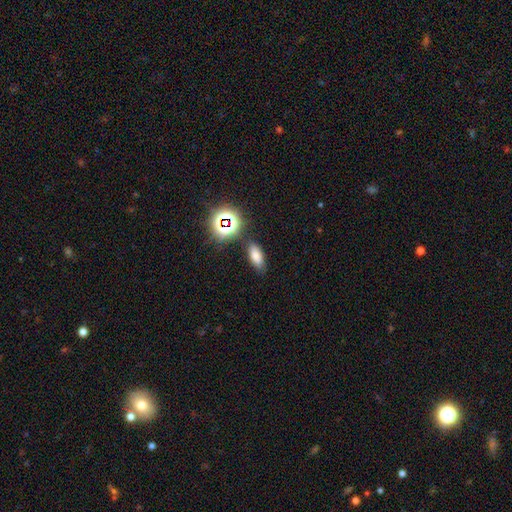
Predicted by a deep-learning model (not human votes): The model was most divided on "smooth or featured": smooth: 71%, star or artifact: 20%, featured or disk: 9%. More confident: merging — none (81%); how rounded — in between (80%).